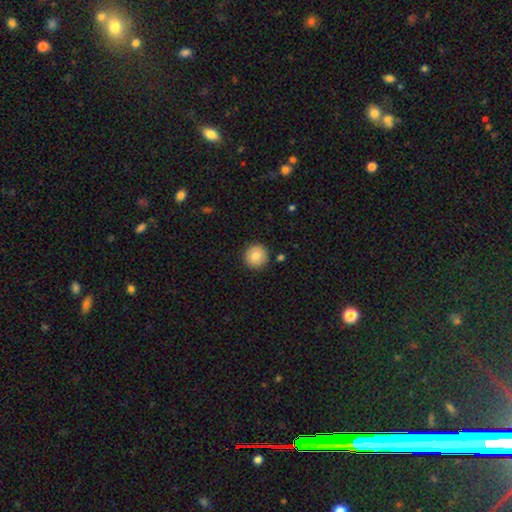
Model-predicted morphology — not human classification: The model was most divided on "smooth or featured": smooth: 81%, featured or disk: 11%, star or artifact: 8%. More confident: how rounded — round (95%); merging — none (90%).